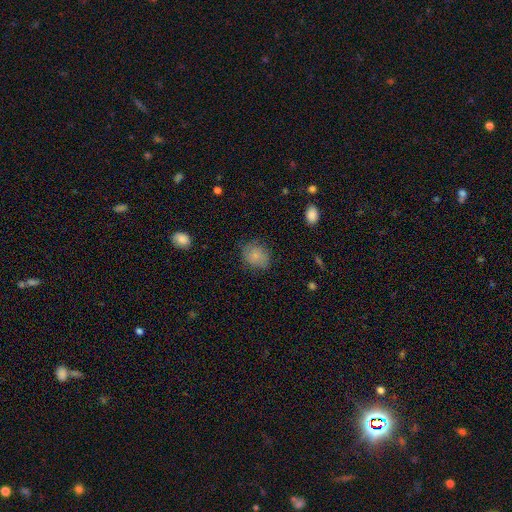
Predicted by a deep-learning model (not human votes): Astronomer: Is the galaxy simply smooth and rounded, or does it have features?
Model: smooth — 80%.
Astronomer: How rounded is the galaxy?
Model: round — 60% (runner-up: in between, 39%).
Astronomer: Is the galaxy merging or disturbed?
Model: none — 72%.